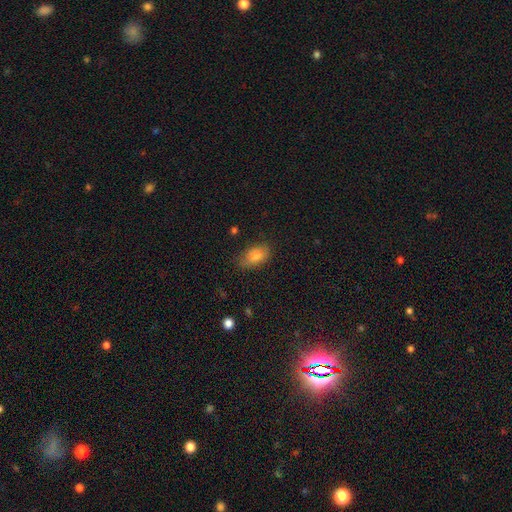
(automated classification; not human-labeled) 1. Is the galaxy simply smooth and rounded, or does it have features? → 81% smooth, 10% star or artifact, 9% featured or disk.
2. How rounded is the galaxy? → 88% in between, 9% round, 4% cigar-shaped.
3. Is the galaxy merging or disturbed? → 73% none, 21% minor disturbance, 4% major disturbance, 1% merger.